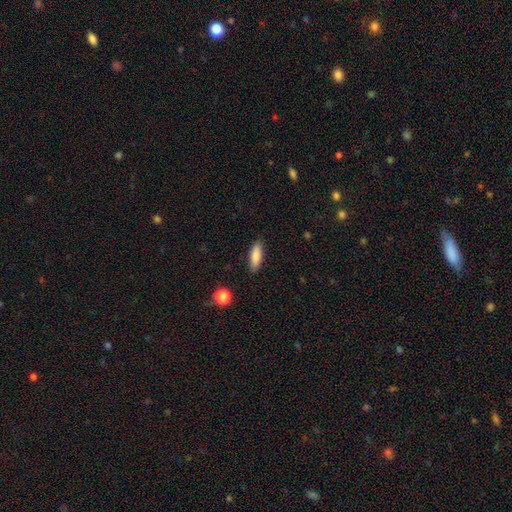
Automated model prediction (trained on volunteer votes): A smooth galaxy with no disk features (84%) that is in between round and cigar-shaped (54%).

Vote fractions:
- Smooth or featured? smooth: 84% / featured or disk: 9% / star or artifact: 7%
- How rounded? in between: 54% / cigar-shaped: 44% / round: 2%
- Merging? none: 86% / minor disturbance: 10% / major disturbance: 2% / merger: 1%